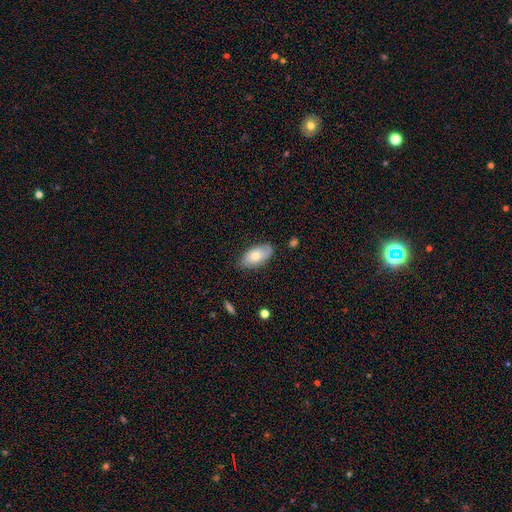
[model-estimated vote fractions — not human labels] smooth-or-featured: smooth: 69% | featured or disk: 24% | star or artifact: 7%
  how-rounded: in between: 94% | round: 4% | cigar-shaped: 3%
  merging: none: 76% | minor disturbance: 19% | major disturbance: 3% | merger: 1%